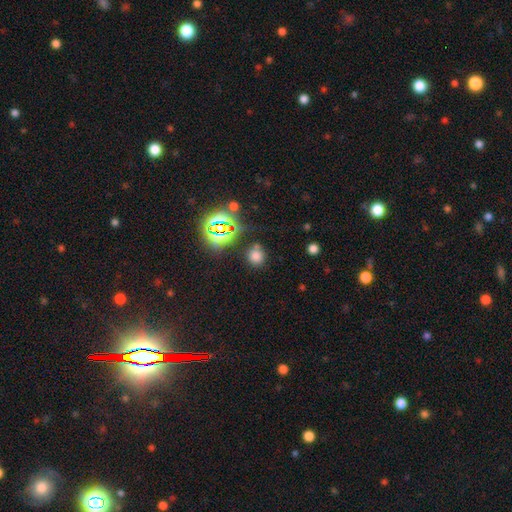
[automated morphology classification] This appears to be a smooth galaxy with no disk features (66%) that is round (84%). Merging: none (73%).